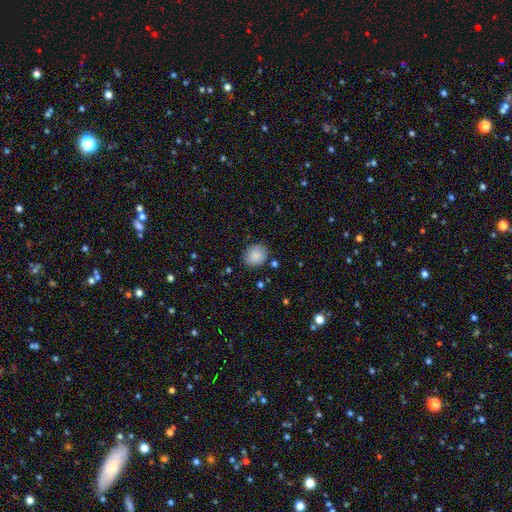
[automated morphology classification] smooth_or_featured: smooth (p=0.87) [alt: star or artifact p=0.08]
how_rounded: round (p=0.66) [alt: in between p=0.33]
merging: none (p=0.84) [alt: minor disturbance p=0.11]